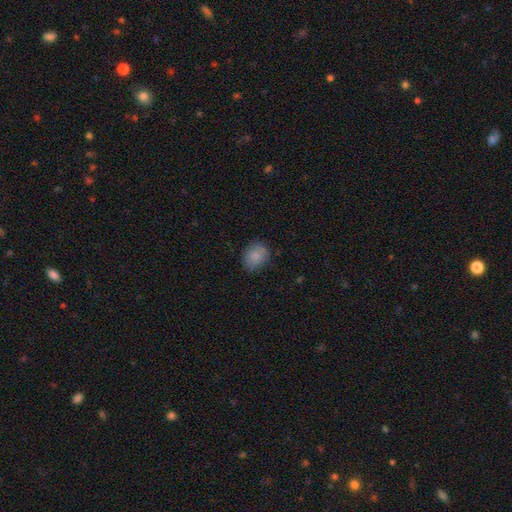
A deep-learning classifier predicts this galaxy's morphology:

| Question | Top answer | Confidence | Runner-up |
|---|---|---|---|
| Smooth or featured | smooth | 83% | star or artifact (9%) |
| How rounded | round | 55% | in between (44%) |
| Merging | none | 70% | minor disturbance (23%) |